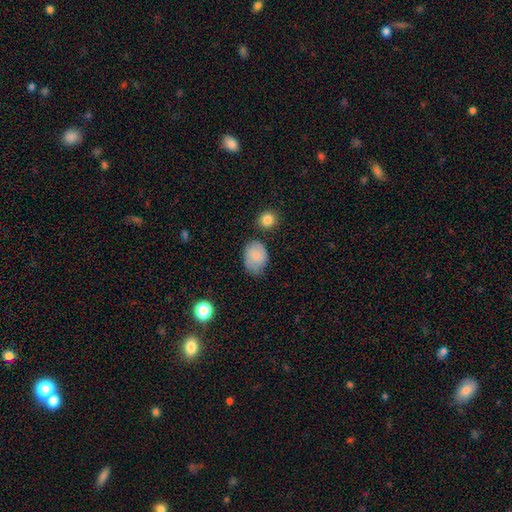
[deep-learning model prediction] Smooth or featured? smooth (76%)
How rounded? in between (68%)
Merging? none (62%)